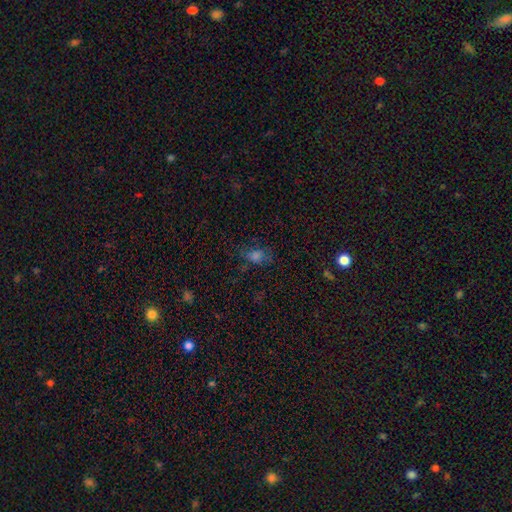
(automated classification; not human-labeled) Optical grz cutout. It shows a smooth galaxy with no disk features (59%) that is in between round and cigar-shaped (69%). Merging: none (61%).